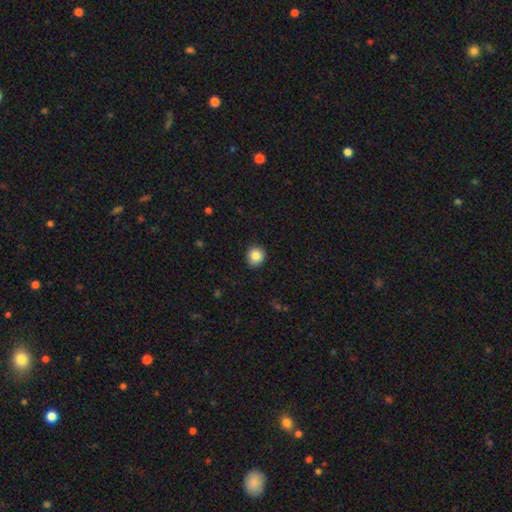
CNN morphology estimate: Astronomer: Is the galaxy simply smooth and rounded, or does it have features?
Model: smooth — 87%.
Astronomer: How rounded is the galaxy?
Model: round — 89%.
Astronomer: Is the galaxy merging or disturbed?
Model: none — 90%.